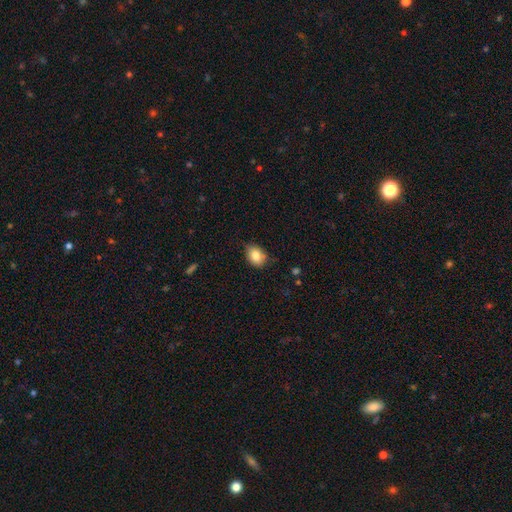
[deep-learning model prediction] Smooth or featured?
  - smooth: 84% *
  - star or artifact: 8%
  - featured or disk: 8%
How rounded?
  - in between: 70% *
  - round: 29%
  - cigar-shaped: 1%
Merging?
  - none: 75% *
  - minor disturbance: 21%
  - major disturbance: 3%
  - merger: 2%